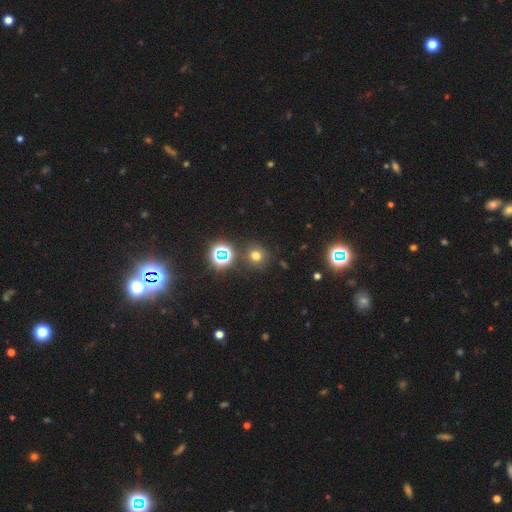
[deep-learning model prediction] A smooth galaxy with no disk features (63%) that is round (86%).

Vote fractions:
- Smooth or featured? smooth: 63% / star or artifact: 30% / featured or disk: 7%
- How rounded? round: 86% / in between: 13% / cigar-shaped: 1%
- Merging? none: 82% / minor disturbance: 9% / merger: 5% / major disturbance: 4%